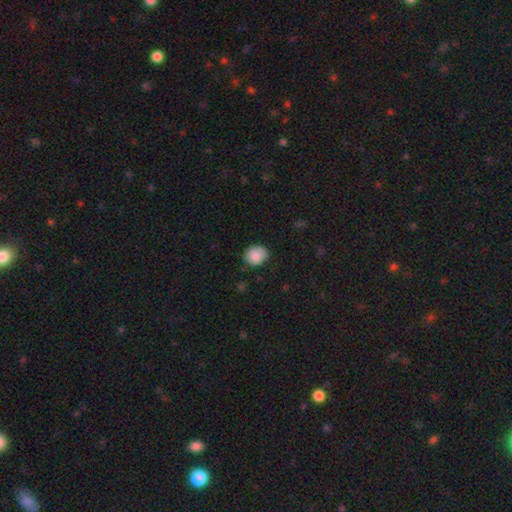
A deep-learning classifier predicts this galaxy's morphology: A smooth galaxy with no disk features (87%) that is round (74%).

Vote fractions:
- Smooth or featured? smooth: 87% / star or artifact: 8% / featured or disk: 5%
- How rounded? round: 74% / in between: 25% / cigar-shaped: 1%
- Merging? none: 76% / minor disturbance: 19% / major disturbance: 3% / merger: 1%